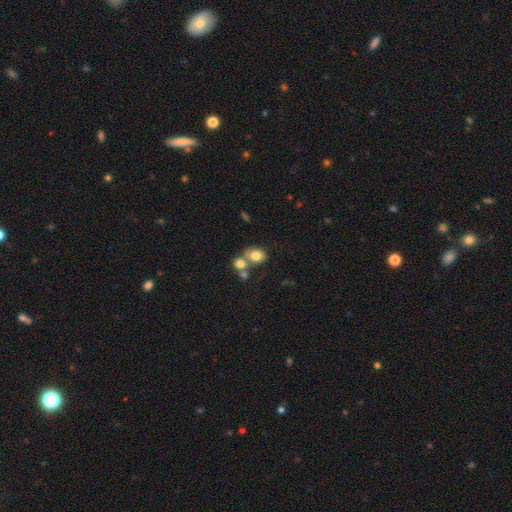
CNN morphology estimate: Smooth or featured?
  - smooth: 78% *
  - featured or disk: 12%
  - star or artifact: 10%
How rounded?
  - in between: 53% *
  - round: 46%
  - cigar-shaped: 1%
Merging?
  - merger: 44% *
  - none: 41%
  - minor disturbance: 11%
  - major disturbance: 5%